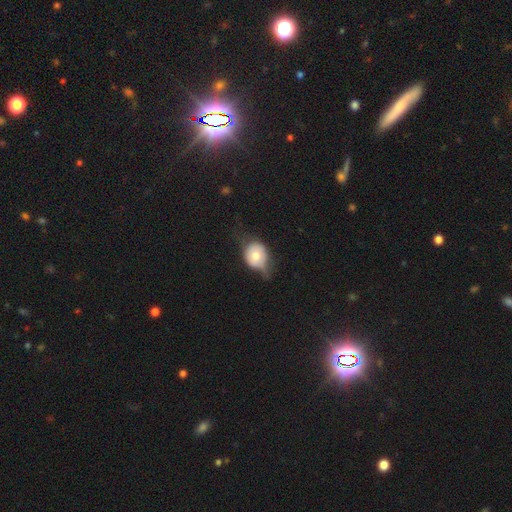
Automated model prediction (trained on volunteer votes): Smooth or featured?
  - smooth: 57% *
  - featured or disk: 35%
  - star or artifact: 8%
How rounded?
  - round: 69% *
  - in between: 30%
  - cigar-shaped: 1%
Merging?
  - minor disturbance: 39% *
  - none: 32%
  - major disturbance: 26%
  - merger: 3%